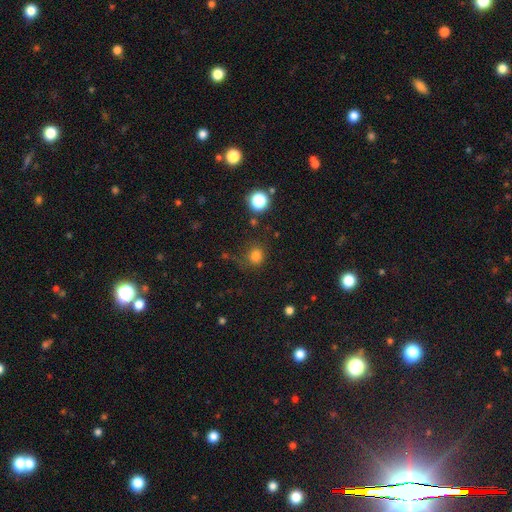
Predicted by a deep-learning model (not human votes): smooth_or_featured: smooth (p=0.78) [alt: star or artifact p=0.17]
how_rounded: round (p=0.77) [alt: in between p=0.22]
merging: none (p=0.73) [alt: minor disturbance p=0.16]